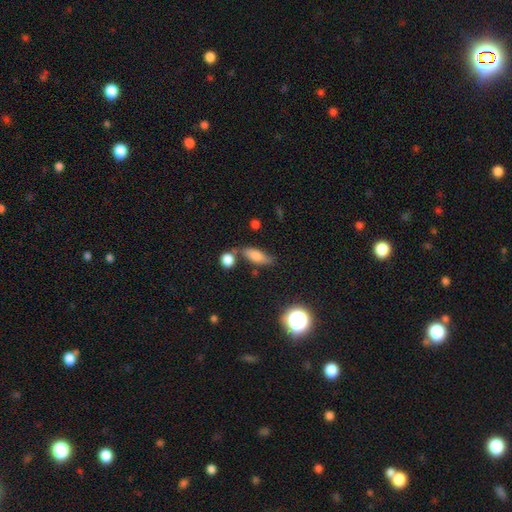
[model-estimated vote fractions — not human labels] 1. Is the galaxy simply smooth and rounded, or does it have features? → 70% smooth, 19% featured or disk, 10% star or artifact.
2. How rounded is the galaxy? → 65% in between, 30% cigar-shaped, 5% round.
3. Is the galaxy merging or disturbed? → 63% none, 17% minor disturbance, 14% merger, 5% major disturbance.